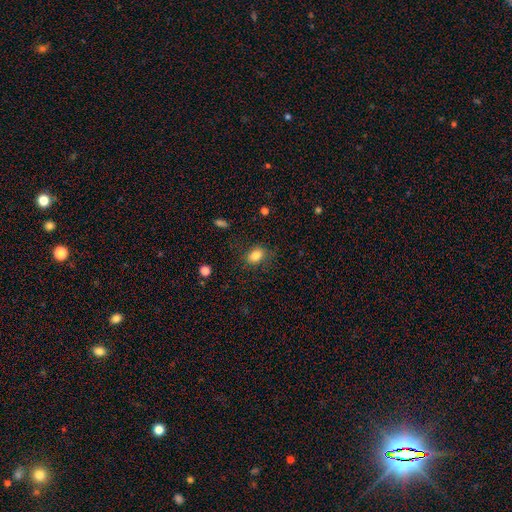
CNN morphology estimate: Smooth or featured? smooth (84%)
How rounded? in between (75%)
Merging? none (79%)